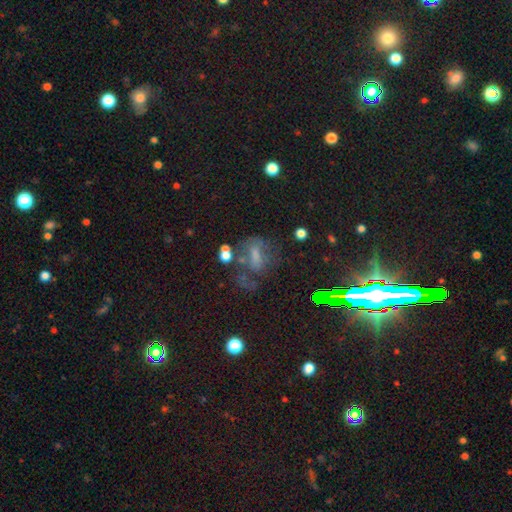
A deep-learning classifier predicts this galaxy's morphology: The model was most divided on "smooth or featured" (2-way tie): smooth: 38%, featured or disk: 38%, star or artifact: 24%. Remaining: merging — none (37%).